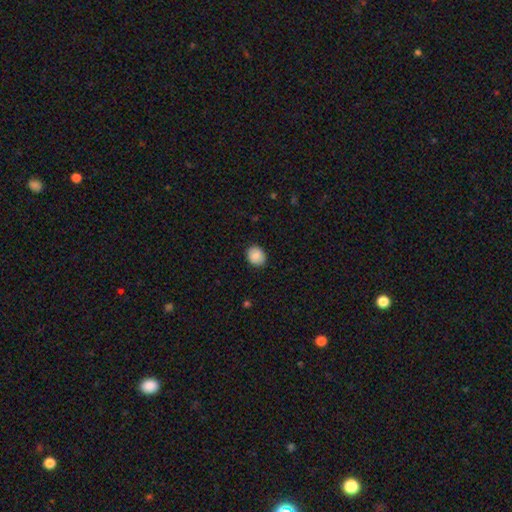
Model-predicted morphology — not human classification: The model was most divided on "how rounded": round: 65%, in between: 34%, cigar-shaped: 1%. More confident: merging — none (88%); smooth or featured — smooth (87%).